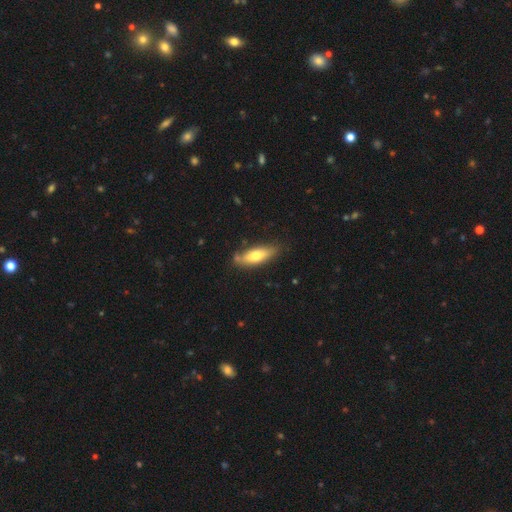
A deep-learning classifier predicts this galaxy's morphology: type=smooth (67%); roundness=in between (60%); merging=none (75%).